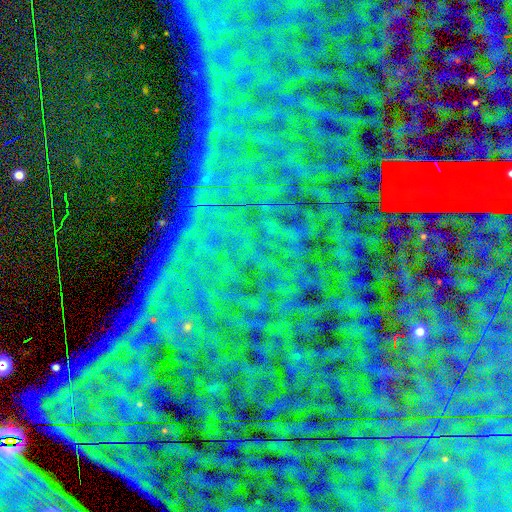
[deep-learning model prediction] smooth-or-featured: star or artifact: 86% | featured or disk: 8% | smooth: 7%